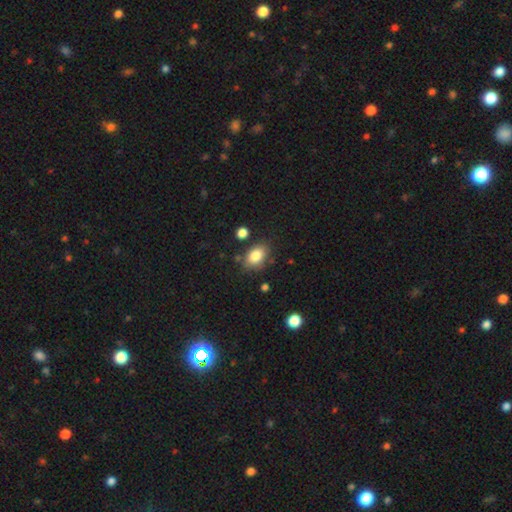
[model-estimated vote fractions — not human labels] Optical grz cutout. It shows a smooth galaxy with no disk features (84%) that is in between round and cigar-shaped (81%). Merging: none (76%).